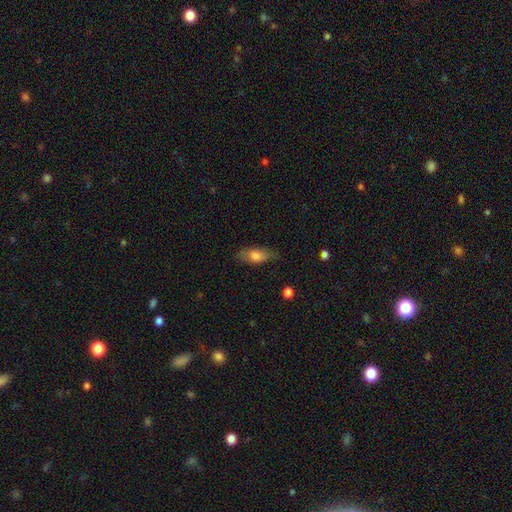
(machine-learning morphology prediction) Overall: smooth (74%). How rounded: in between (79%). Merging: none (73%).